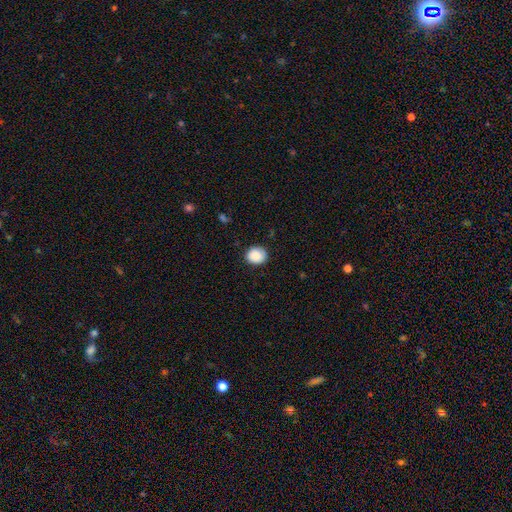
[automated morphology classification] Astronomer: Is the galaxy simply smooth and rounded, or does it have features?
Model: smooth — 89%.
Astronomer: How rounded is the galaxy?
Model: round — 72%.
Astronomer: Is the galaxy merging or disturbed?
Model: none — 85%.